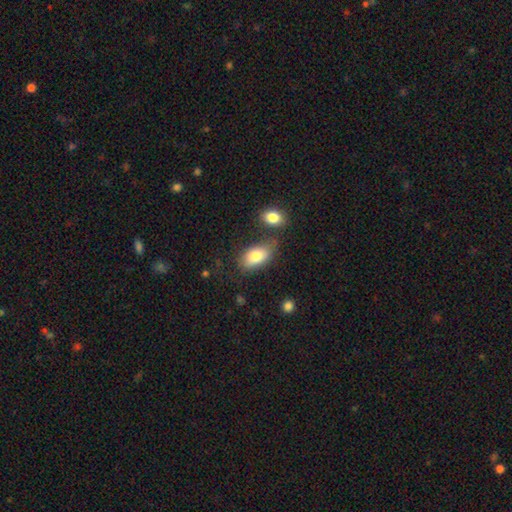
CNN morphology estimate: Smooth or featured? Predicted: smooth (p=0.81). How rounded? Predicted: in between (p=0.92). Merging? Predicted: none (p=0.63).